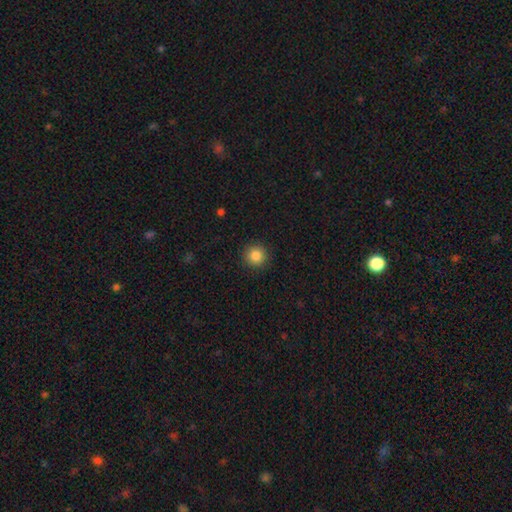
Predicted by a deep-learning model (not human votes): Smooth or featured? smooth (85%)
How rounded? round (95%)
Merging? none (92%)